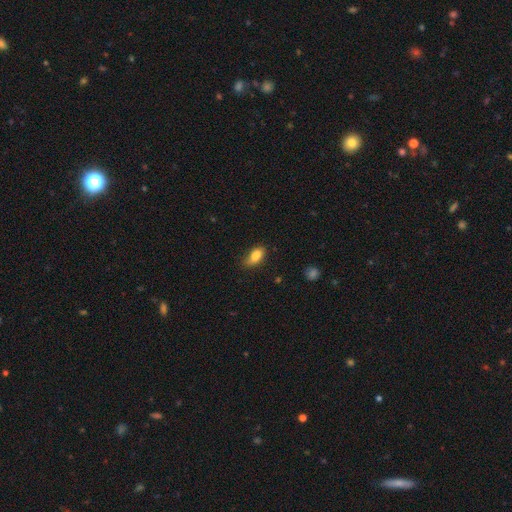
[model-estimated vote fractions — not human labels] Smooth or featured? Predicted: smooth (p=0.85). How rounded? Predicted: in between (p=0.88). Merging? Predicted: none (p=0.68).